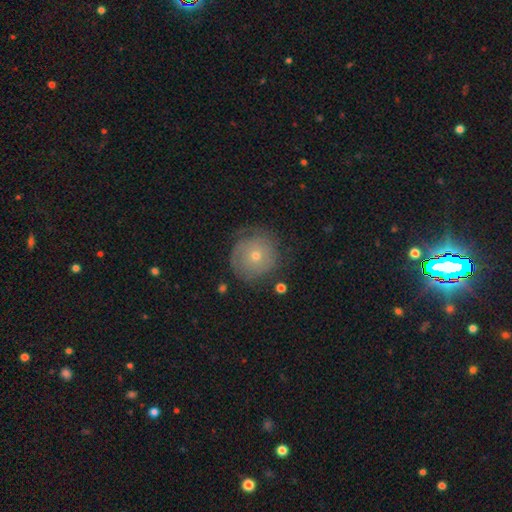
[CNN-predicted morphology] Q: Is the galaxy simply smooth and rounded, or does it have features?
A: featured or disk — 55%.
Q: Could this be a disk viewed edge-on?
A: no — 96%.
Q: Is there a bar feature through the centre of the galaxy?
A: no — 87%.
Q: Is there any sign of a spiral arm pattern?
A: yes — 74%.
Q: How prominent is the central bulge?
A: small — 61%.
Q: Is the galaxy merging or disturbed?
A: none — 73%.